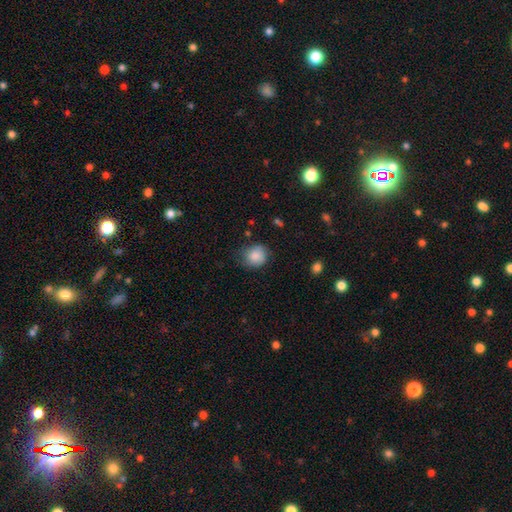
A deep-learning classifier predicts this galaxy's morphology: Smooth or featured? smooth (86%)
How rounded? round (79%)
Merging? none (69%)